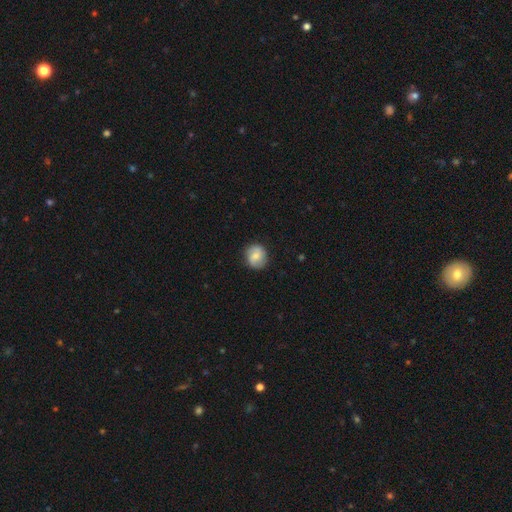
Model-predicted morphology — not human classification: A smooth galaxy with no disk features (54%) that is round (83%). Merging: none (84%).